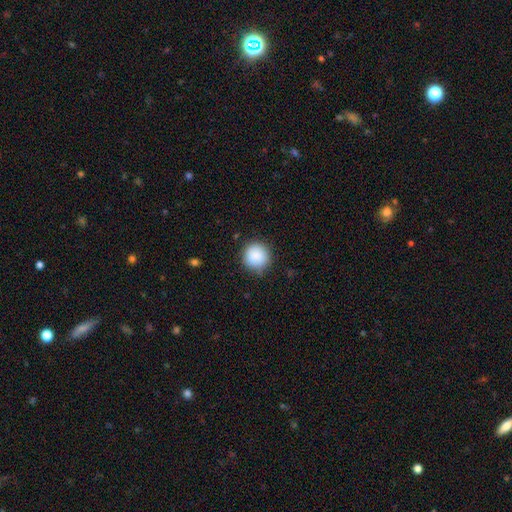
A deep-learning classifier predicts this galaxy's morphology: This appears to be a smooth galaxy with no disk features (88%) that is round (92%). Merging: none (83%).